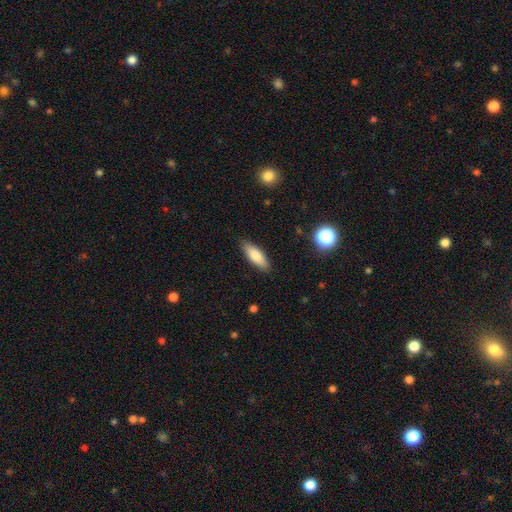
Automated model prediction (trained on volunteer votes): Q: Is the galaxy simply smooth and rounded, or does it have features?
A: smooth — 79%.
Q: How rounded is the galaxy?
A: in between — 57%.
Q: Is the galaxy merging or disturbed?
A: none — 87%.